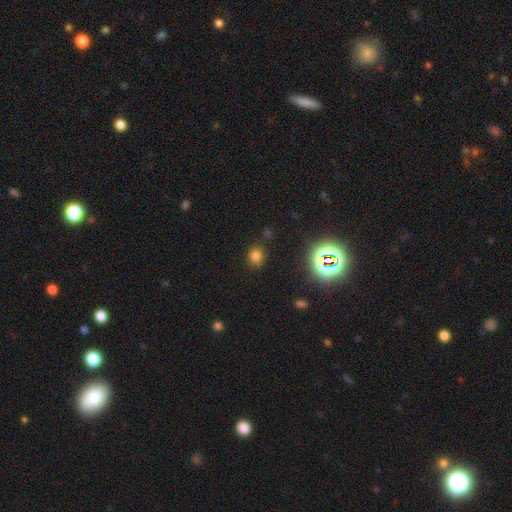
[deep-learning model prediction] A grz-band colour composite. It shows a smooth galaxy with no disk features (71%) that is round (62%). Merging: none (81%).